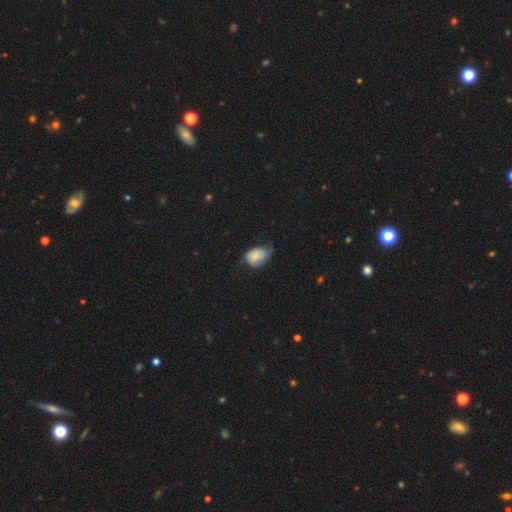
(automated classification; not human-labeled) A smooth galaxy with no disk features (76%) that is in between round and cigar-shaped (78%).

Vote fractions:
- Smooth or featured? smooth: 76% / featured or disk: 16% / star or artifact: 8%
- How rounded? in between: 78% / round: 20% / cigar-shaped: 1%
- Merging? minor disturbance: 47% / none: 37% / major disturbance: 15% / merger: 2%